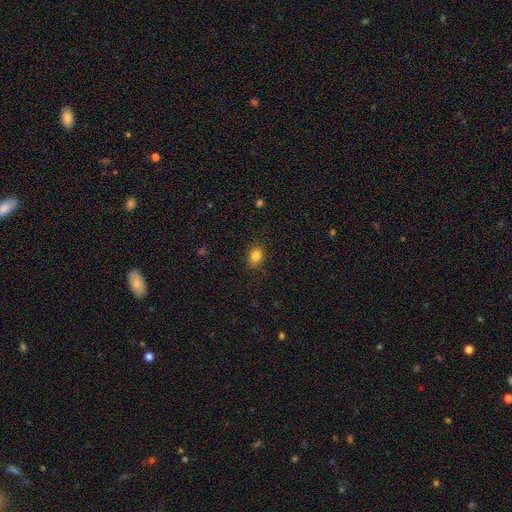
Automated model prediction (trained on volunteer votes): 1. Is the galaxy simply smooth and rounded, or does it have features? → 83% smooth, 11% star or artifact, 6% featured or disk.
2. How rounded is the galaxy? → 61% round, 38% in between, 1% cigar-shaped.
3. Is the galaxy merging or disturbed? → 86% none, 10% minor disturbance, 3% major disturbance, 1% merger.